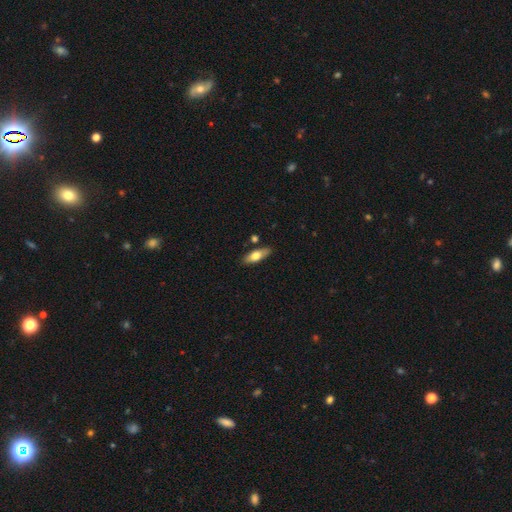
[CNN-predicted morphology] Q: Smooth or featured?
A: smooth (67%); runner-up: featured or disk (27%)
Q: How rounded?
A: in between (67%); runner-up: cigar-shaped (30%)
Q: Merging?
A: none (83%); runner-up: minor disturbance (10%)